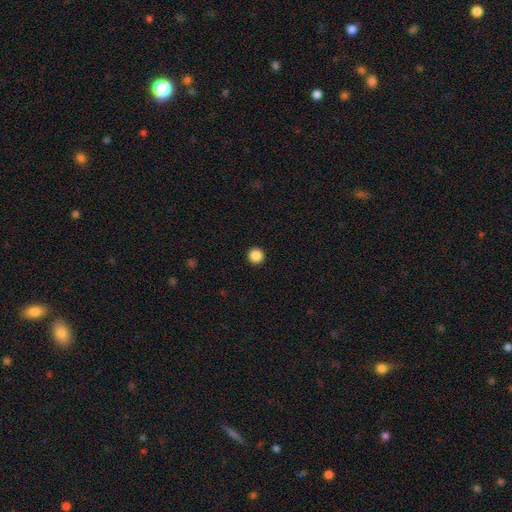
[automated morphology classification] Smooth or featured: smooth — 87% (star or artifact — 10%)
How rounded: round — 97% (in between — 3%)
Merging: none — 94% (minor disturbance — 4%)